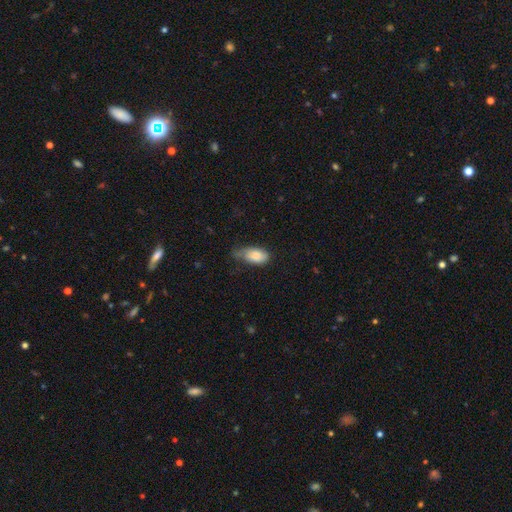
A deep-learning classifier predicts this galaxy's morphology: This appears to be a smooth galaxy with no disk features (83%) that is in between round and cigar-shaped (91%). Merging: minor disturbance (48%).